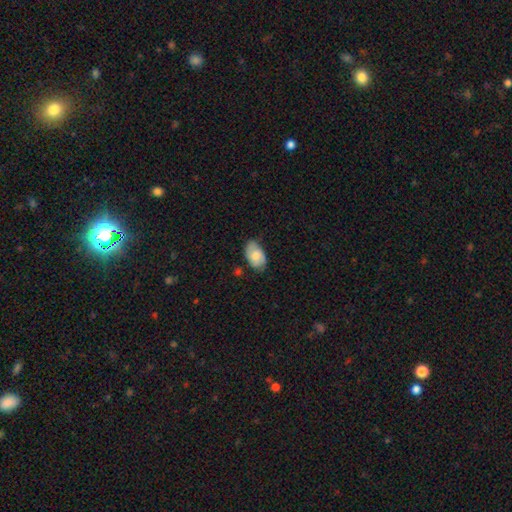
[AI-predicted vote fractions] This appears to be a smooth galaxy with no disk features (64%) that is in between round and cigar-shaped (91%). Merging: none (67%).